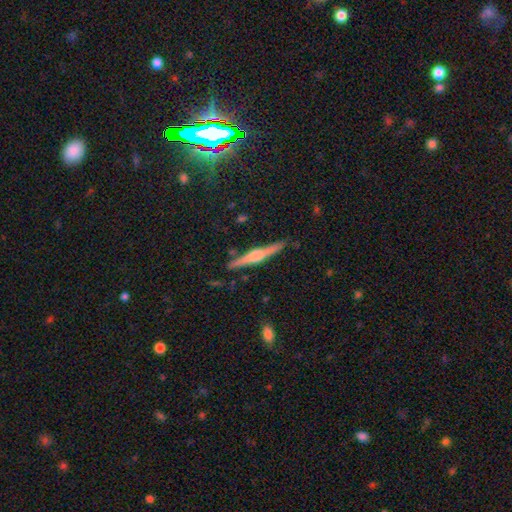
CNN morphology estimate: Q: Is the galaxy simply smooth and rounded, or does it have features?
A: featured or disk — 74%.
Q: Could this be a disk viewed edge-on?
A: yes — 98%.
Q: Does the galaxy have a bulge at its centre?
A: rounded — 81%.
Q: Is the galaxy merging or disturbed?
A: none — 89%.